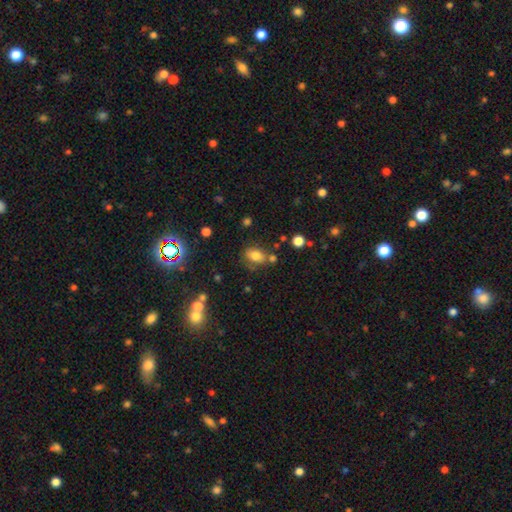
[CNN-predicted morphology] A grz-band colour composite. It shows a smooth galaxy with no disk features (78%) that is in between round and cigar-shaped (78%). Merging: none (64%).